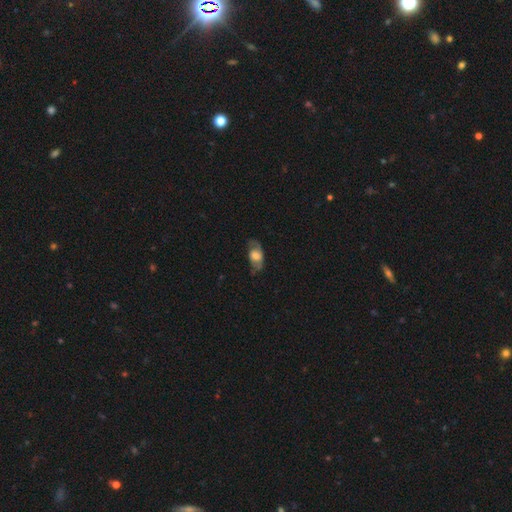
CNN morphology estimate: This is possibly a smooth galaxy (47%). Merging: possibly none (58%).